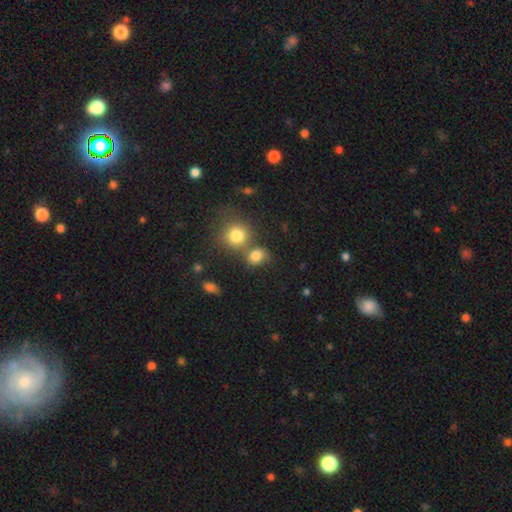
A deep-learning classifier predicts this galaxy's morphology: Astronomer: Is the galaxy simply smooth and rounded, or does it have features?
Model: smooth — 75%.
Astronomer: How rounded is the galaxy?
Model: round — 58% (runner-up: in between, 41%).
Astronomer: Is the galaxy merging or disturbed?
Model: none — 43% (runner-up: merger, 35%).